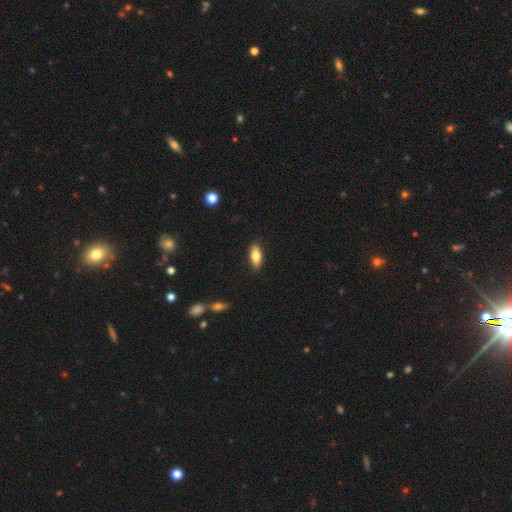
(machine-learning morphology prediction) A smooth galaxy with no disk features (73%) that is in between round and cigar-shaped (79%). Merging: none (88%).